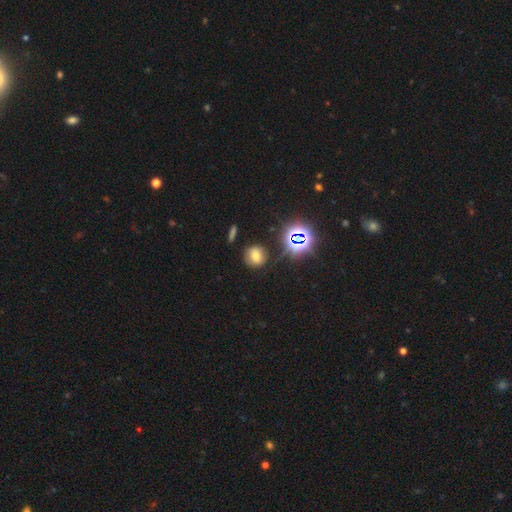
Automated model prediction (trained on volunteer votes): Smooth or featured? smooth (62%)
How rounded? round (79%)
Merging? none (81%)